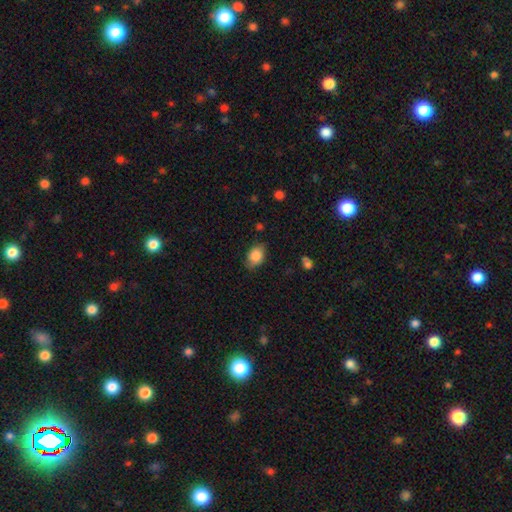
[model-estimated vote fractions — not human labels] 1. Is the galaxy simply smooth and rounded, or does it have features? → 85% smooth, 8% star or artifact, 8% featured or disk.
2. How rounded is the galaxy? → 78% in between, 21% round, 1% cigar-shaped.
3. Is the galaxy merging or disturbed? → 78% none, 17% minor disturbance, 4% major disturbance, 1% merger.